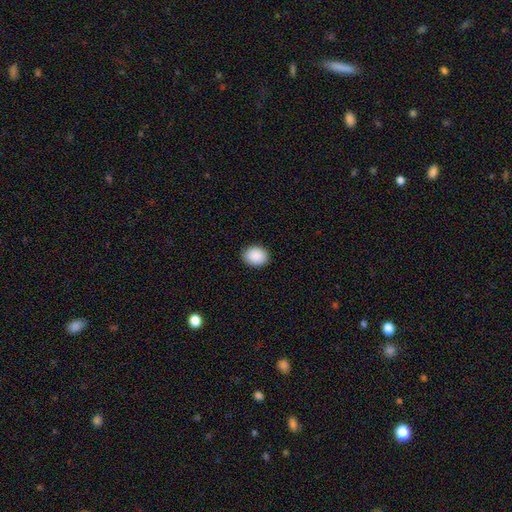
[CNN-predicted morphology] A smooth galaxy with no disk features (90%) that is in between round and cigar-shaped (60%). Merging: none (90%).